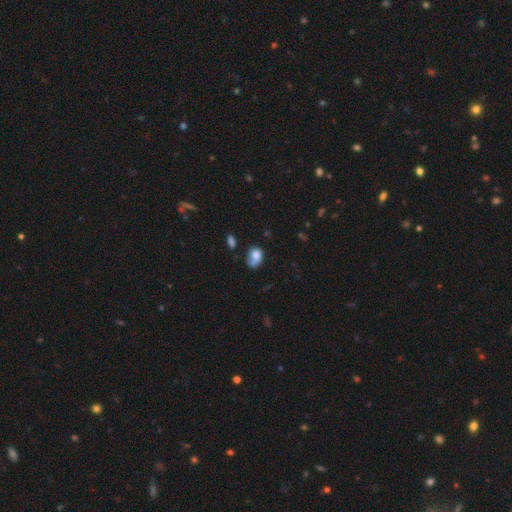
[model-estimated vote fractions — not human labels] A smooth galaxy with no disk features (74%) that is in between round and cigar-shaped (69%).

Vote fractions:
- Smooth or featured? smooth: 74% / featured or disk: 17% / star or artifact: 9%
- How rounded? in between: 69% / round: 29% / cigar-shaped: 1%
- Merging? none: 39% / minor disturbance: 31% / major disturbance: 19% / merger: 11%